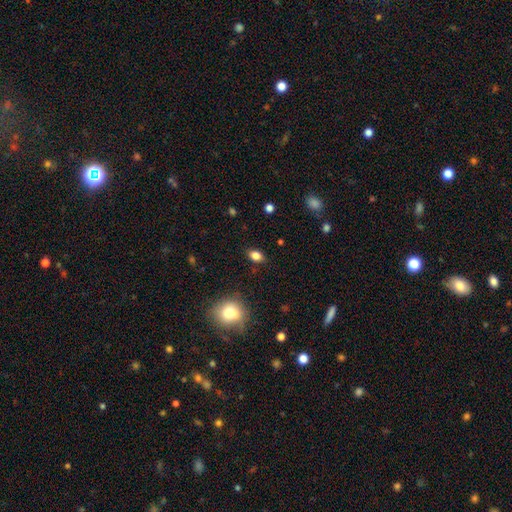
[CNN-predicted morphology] smooth 83%, star or artifact 11%, featured or disk 7%. Down the decision tree: how rounded — in between (80%); merging — none (85%).